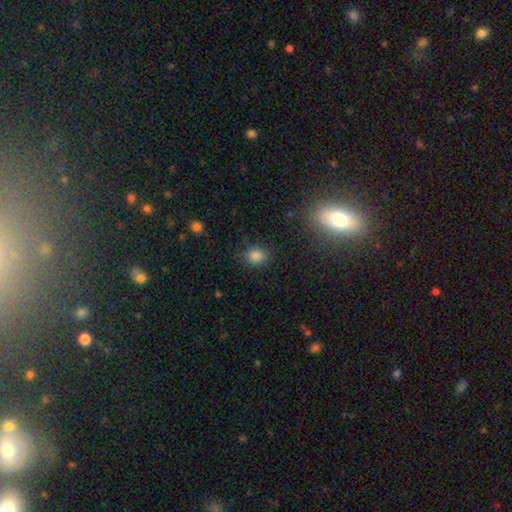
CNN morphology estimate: smooth-or-featured: smooth: 83% | star or artifact: 13% | featured or disk: 5%
  how-rounded: round: 62% | in between: 37% | cigar-shaped: 1%
  merging: none: 81% | minor disturbance: 13% | major disturbance: 4% | merger: 2%